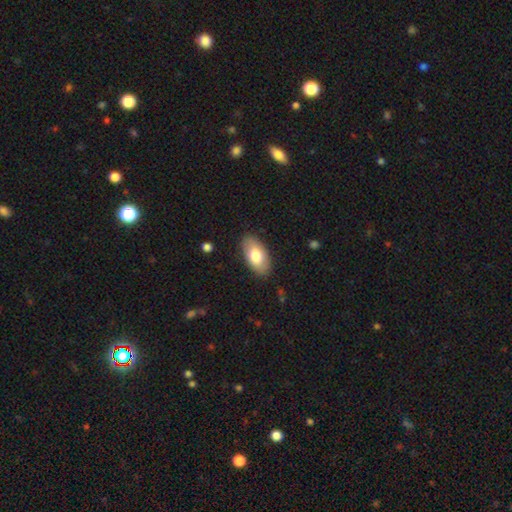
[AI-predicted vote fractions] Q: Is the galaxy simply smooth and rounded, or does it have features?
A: smooth — 77%.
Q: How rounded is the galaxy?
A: in between — 94%.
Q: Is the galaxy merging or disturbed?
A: none — 87%.